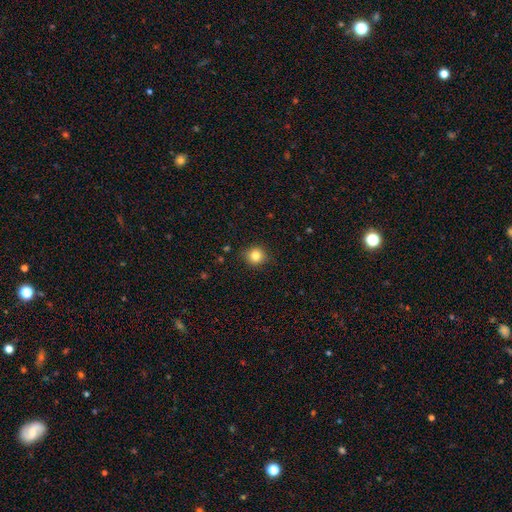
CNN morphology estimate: This appears to be a smooth galaxy with no disk features (83%) that is round (88%). Merging: none (88%).